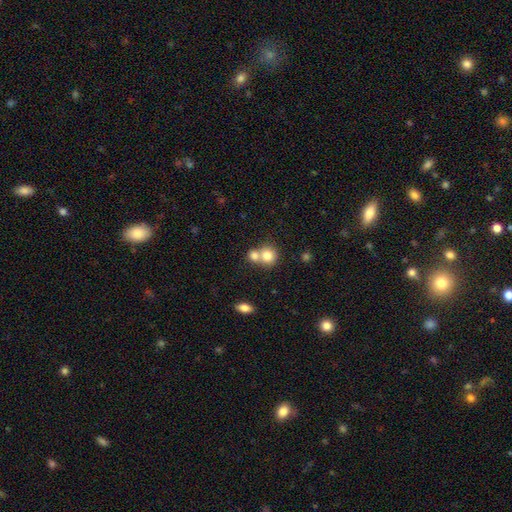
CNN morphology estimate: Smooth or featured?
  - smooth: 77% *
  - featured or disk: 13%
  - star or artifact: 10%
How rounded?
  - round: 82% *
  - in between: 17%
  - cigar-shaped: 1%
Merging?
  - merger: 54% *
  - none: 37%
  - minor disturbance: 6%
  - major disturbance: 2%